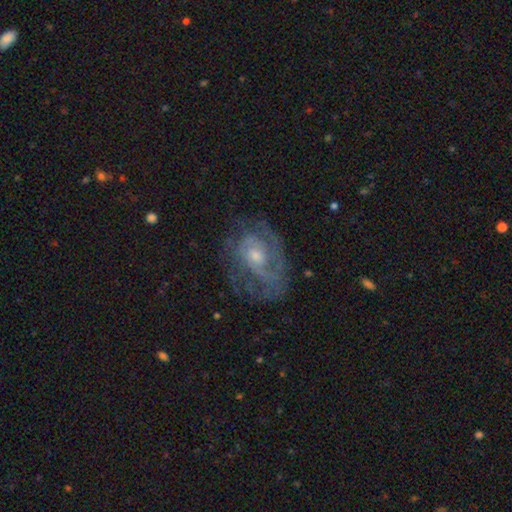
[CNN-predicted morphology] type=featured or disk (81%); edge-on=no (97%); bar=no (67%); spiral arms=yes (87%); winding=tight (48%); arm count=2 (42%); bulge=small (49%); merging=none (62%).